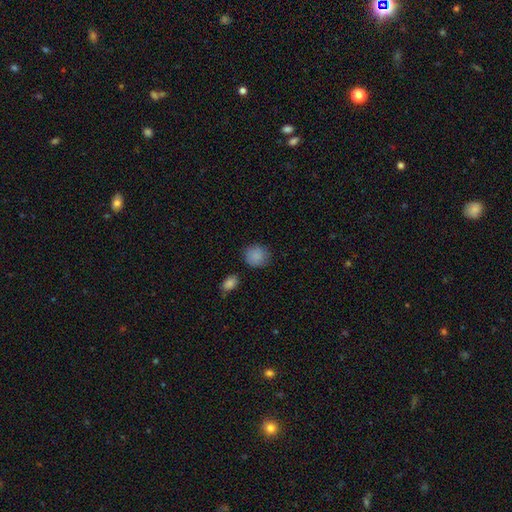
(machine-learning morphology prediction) smooth 87%, star or artifact 8%, featured or disk 5%. Down the decision tree: how rounded — round (81%); merging — none (80%).